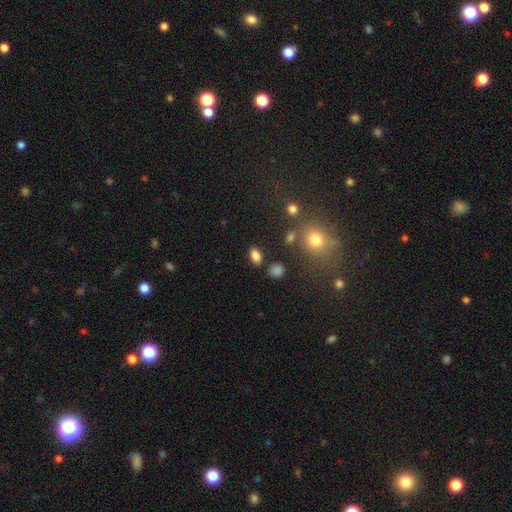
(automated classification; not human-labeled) Smooth or featured: smooth — 82% (star or artifact — 11%)
How rounded: in between — 87% (round — 9%)
Merging: none — 82% (minor disturbance — 10%)